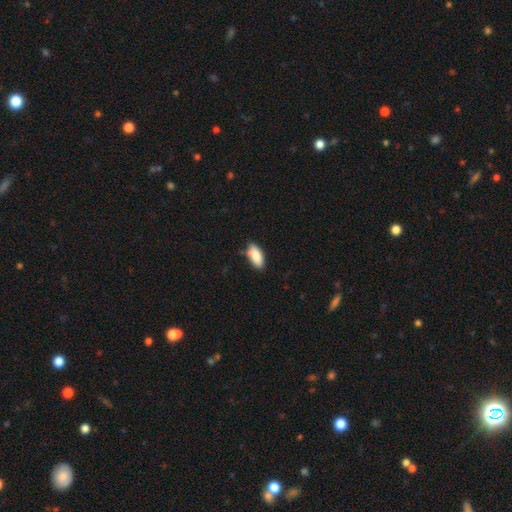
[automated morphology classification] Q: Smooth or featured?
A: smooth (86%); runner-up: featured or disk (8%)
Q: How rounded?
A: in between (88%); runner-up: cigar-shaped (10%)
Q: Merging?
A: none (80%); runner-up: minor disturbance (15%)